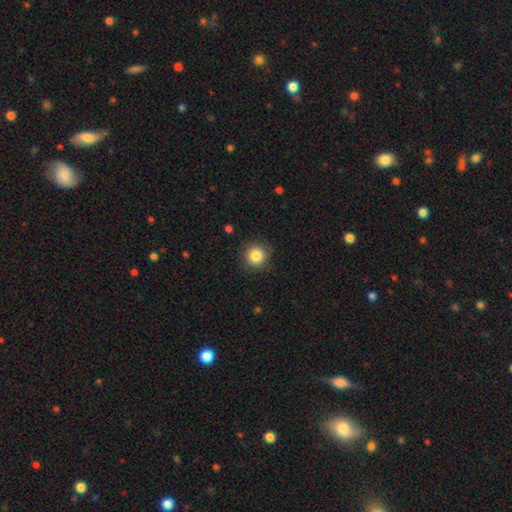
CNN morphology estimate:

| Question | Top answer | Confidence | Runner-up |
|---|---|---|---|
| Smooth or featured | smooth | 84% | star or artifact (10%) |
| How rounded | round | 93% | in between (6%) |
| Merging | none | 86% | minor disturbance (10%) |